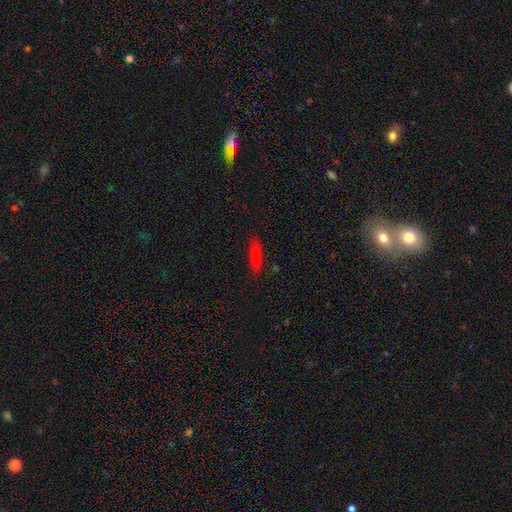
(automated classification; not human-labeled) smooth_or_featured: smooth (p=0.75) [alt: featured or disk p=0.15]
how_rounded: cigar-shaped (p=0.64) [alt: in between p=0.34]
merging: none (p=0.86) [alt: minor disturbance p=0.10]